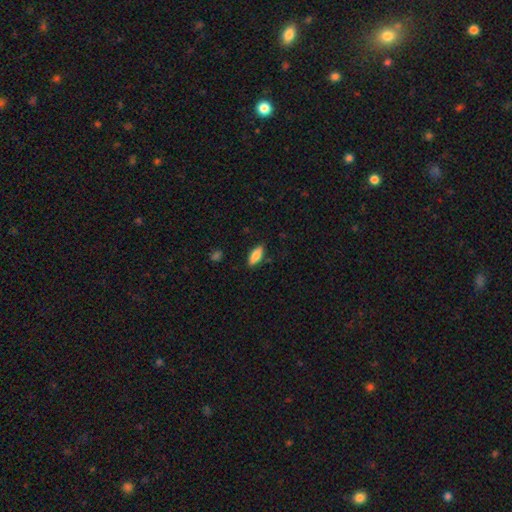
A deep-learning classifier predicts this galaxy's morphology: Smooth or featured? Predicted: smooth (p=0.80). How rounded? Predicted: in between (p=0.78). Merging? Predicted: none (p=0.85).